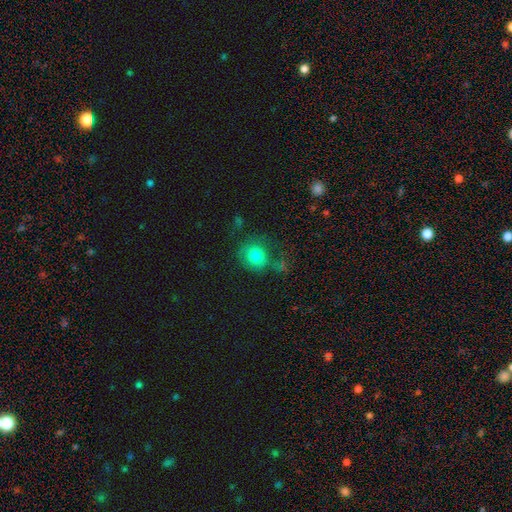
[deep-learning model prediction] Smooth or featured: smooth — 79% (featured or disk — 11%)
How rounded: round — 81% (in between — 18%)
Merging: none — 51% (minor disturbance — 21%)